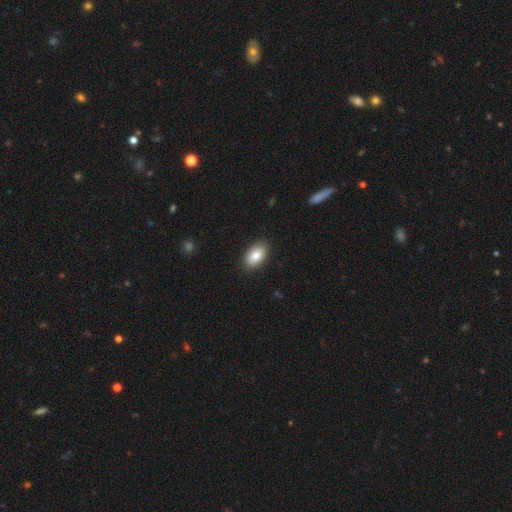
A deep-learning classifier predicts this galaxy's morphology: Q: Smooth or featured?
A: smooth (82%); runner-up: featured or disk (10%)
Q: How rounded?
A: in between (92%); runner-up: round (7%)
Q: Merging?
A: none (89%); runner-up: minor disturbance (8%)